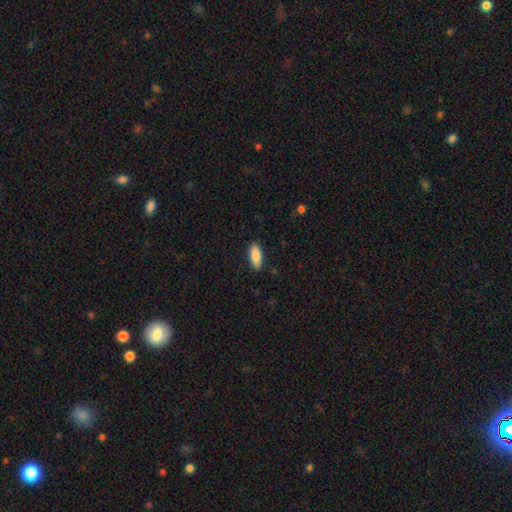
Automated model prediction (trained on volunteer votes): A smooth galaxy with no disk features (88%) that is in between round and cigar-shaped (78%).

Vote fractions:
- Smooth or featured? smooth: 88% / star or artifact: 6% / featured or disk: 6%
- How rounded? in between: 78% / cigar-shaped: 20% / round: 2%
- Merging? none: 88% / minor disturbance: 10% / major disturbance: 2% / merger: 1%